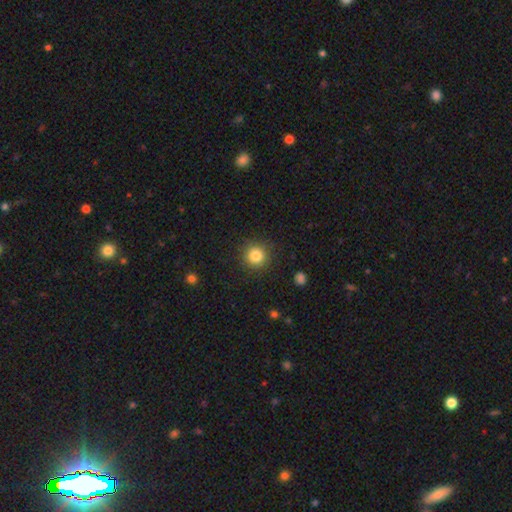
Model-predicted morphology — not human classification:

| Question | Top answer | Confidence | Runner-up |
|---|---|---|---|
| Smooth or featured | smooth | 83% | star or artifact (11%) |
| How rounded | round | 94% | in between (5%) |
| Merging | none | 89% | minor disturbance (7%) |